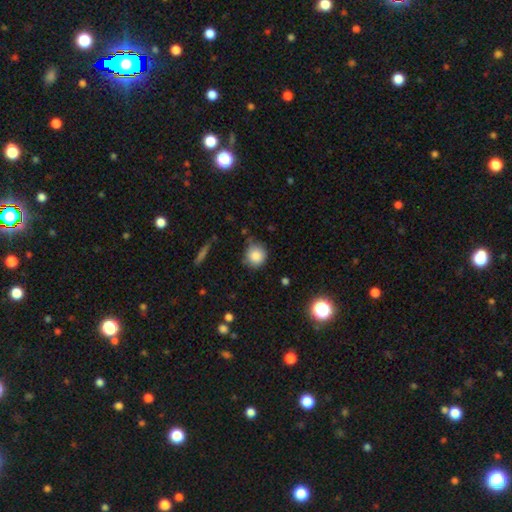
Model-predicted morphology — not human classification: Smooth or featured: smooth — 85% (star or artifact — 9%)
How rounded: round — 90% (in between — 9%)
Merging: none — 73% (minor disturbance — 20%)